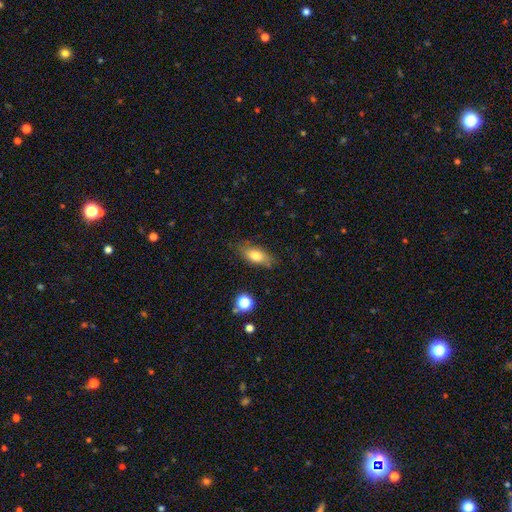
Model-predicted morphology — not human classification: Smooth or featured?
  - smooth: 75% *
  - featured or disk: 17%
  - star or artifact: 8%
How rounded?
  - in between: 81% *
  - cigar-shaped: 14%
  - round: 5%
Merging?
  - none: 76% *
  - minor disturbance: 18%
  - major disturbance: 4%
  - merger: 2%